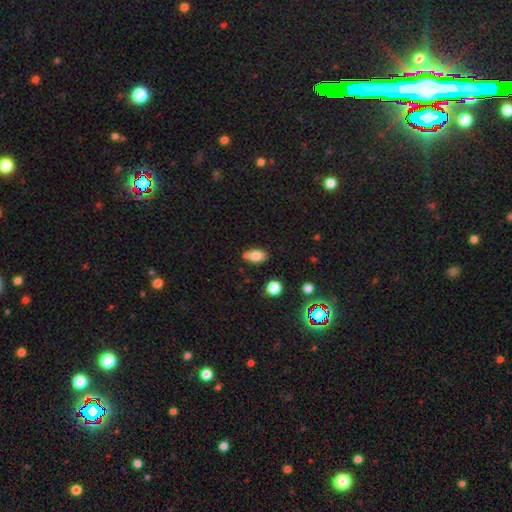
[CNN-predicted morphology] The model was most divided on "merging": none: 62%, minor disturbance: 20%, merger: 13%, major disturbance: 4%. More confident: how rounded — in between (88%); smooth or featured — smooth (80%).